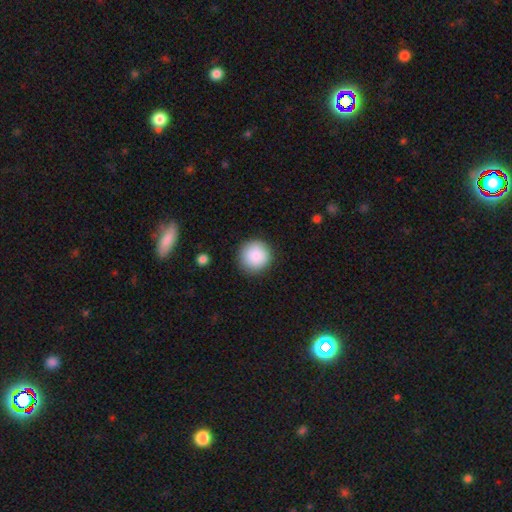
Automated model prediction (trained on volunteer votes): Smooth or featured? smooth (89%)
How rounded? round (95%)
Merging? none (90%)